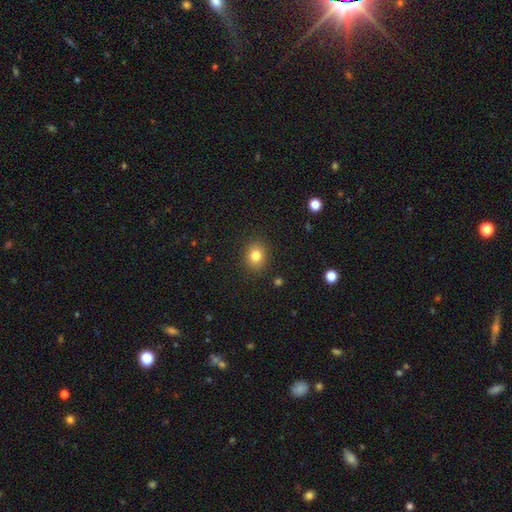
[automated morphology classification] Smooth or featured? Predicted: smooth (p=0.82). How rounded? Predicted: round (p=0.69). Merging? Predicted: none (p=0.89).